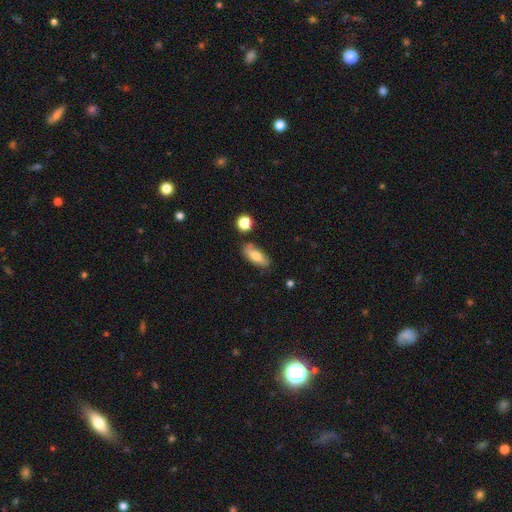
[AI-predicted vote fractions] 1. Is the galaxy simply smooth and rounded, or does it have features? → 72% smooth, 20% featured or disk, 7% star or artifact.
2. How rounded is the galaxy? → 73% in between, 23% cigar-shaped, 4% round.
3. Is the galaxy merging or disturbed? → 75% none, 16% minor disturbance, 5% merger, 3% major disturbance.